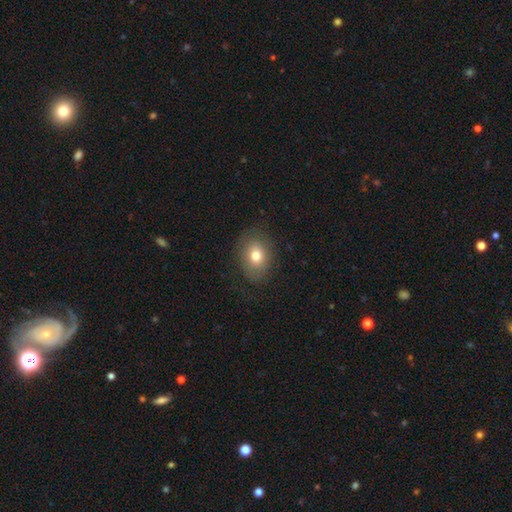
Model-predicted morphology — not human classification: smooth_or_featured: smooth (p=0.76) [alt: featured or disk p=0.14]
how_rounded: in between (p=0.65) [alt: round p=0.34]
merging: none (p=0.81) [alt: minor disturbance p=0.13]